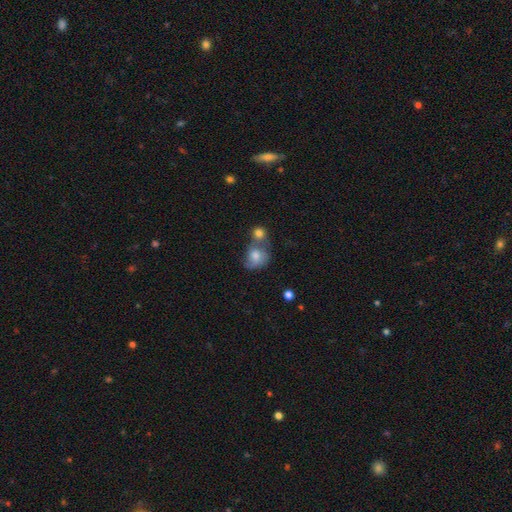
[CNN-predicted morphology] Q: Smooth or featured?
A: smooth (63%); runner-up: featured or disk (26%)
Q: How rounded?
A: round (62%); runner-up: in between (37%)
Q: Merging?
A: merger (43%); runner-up: none (31%)